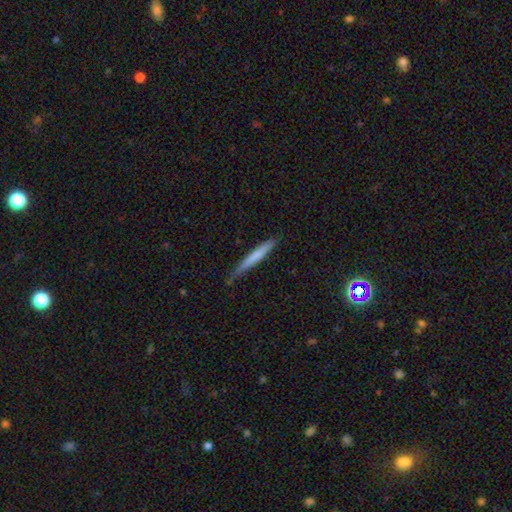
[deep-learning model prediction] Smooth or featured?
  - smooth: 66% *
  - featured or disk: 28%
  - star or artifact: 6%
How rounded?
  - cigar-shaped: 96% *
  - in between: 3%
  - round: 1%
Merging?
  - none: 70% *
  - minor disturbance: 24%
  - major disturbance: 4%
  - merger: 2%